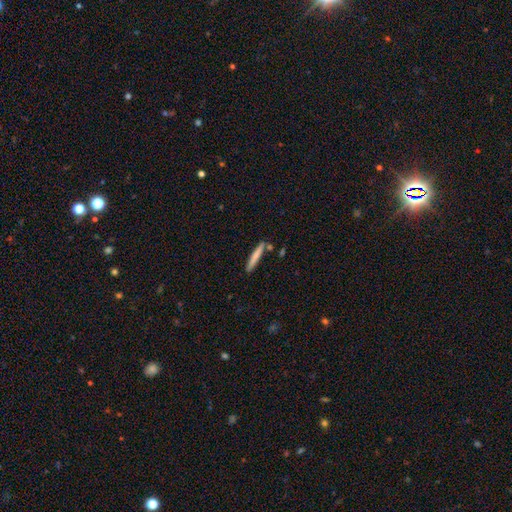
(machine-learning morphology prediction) Smooth or featured? smooth (73%)
How rounded? cigar-shaped (95%)
Merging? none (83%)